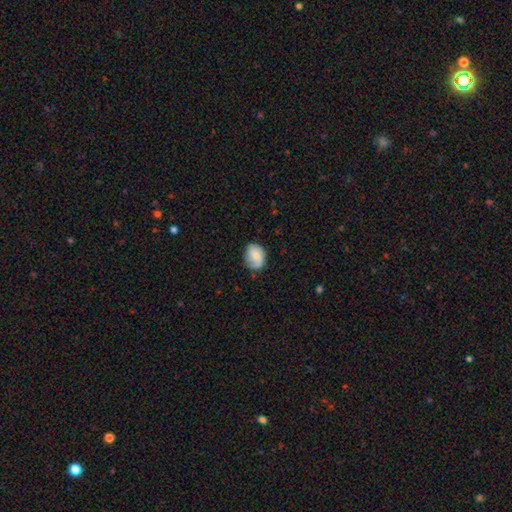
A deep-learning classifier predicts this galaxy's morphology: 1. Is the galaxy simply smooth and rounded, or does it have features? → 60% smooth, 32% featured or disk, 8% star or artifact.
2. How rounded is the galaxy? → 54% in between, 45% round, 1% cigar-shaped.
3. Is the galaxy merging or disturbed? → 68% none, 24% minor disturbance, 6% major disturbance, 1% merger.